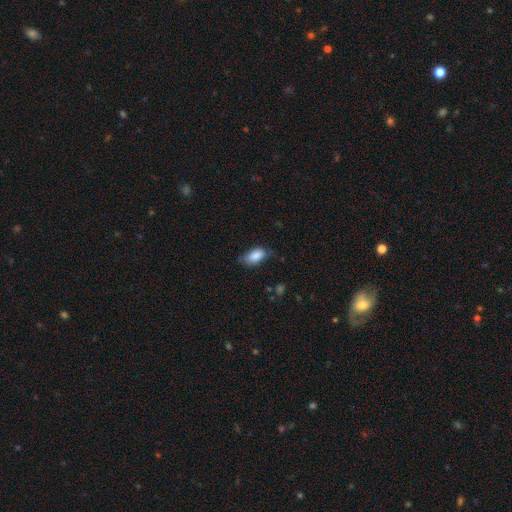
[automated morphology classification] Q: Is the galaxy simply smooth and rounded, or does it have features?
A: smooth — 85%.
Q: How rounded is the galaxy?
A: in between — 91%.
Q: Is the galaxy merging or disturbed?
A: none — 60%.